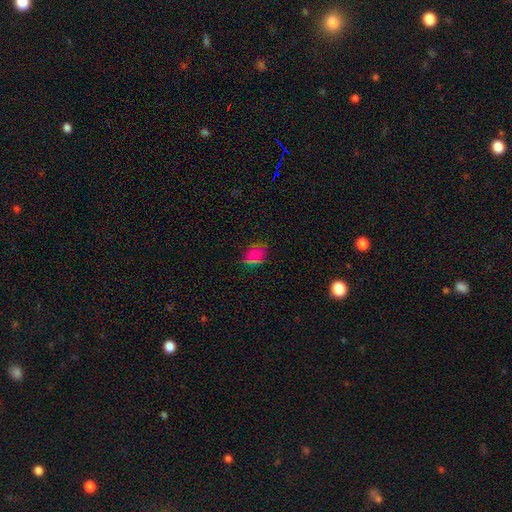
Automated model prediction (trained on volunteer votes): Smooth or featured?
  - smooth: 63% *
  - star or artifact: 31%
  - featured or disk: 6%
How rounded?
  - in between: 61% *
  - round: 35%
  - cigar-shaped: 4%
Merging?
  - none: 79% *
  - minor disturbance: 13%
  - major disturbance: 5%
  - merger: 3%